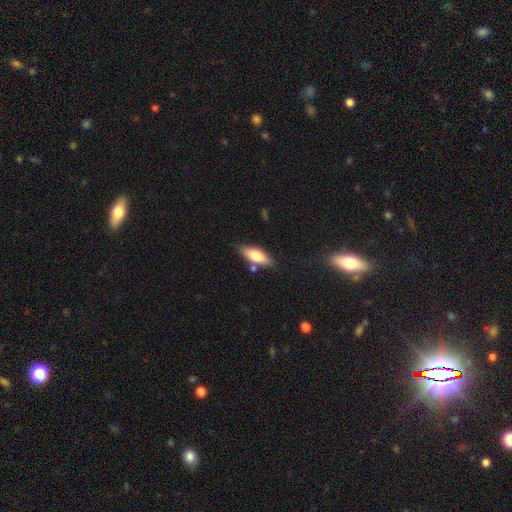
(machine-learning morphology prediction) type=smooth (71%); roundness=in between (68%); merging=none (77%).